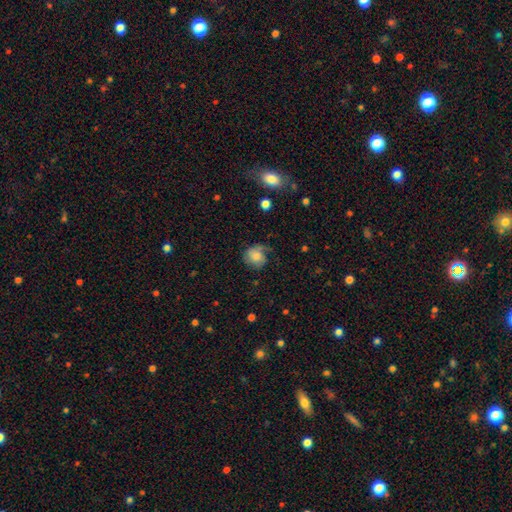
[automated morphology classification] Smooth or featured? Predicted: smooth (p=0.65). How rounded? Predicted: round (p=0.76). Merging? Predicted: none (p=0.50).